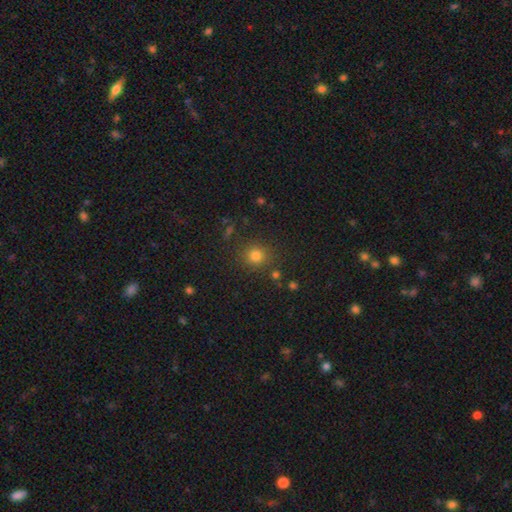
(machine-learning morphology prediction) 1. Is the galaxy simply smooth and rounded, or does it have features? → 79% smooth, 15% star or artifact, 6% featured or disk.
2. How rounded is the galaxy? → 90% round, 9% in between, 1% cigar-shaped.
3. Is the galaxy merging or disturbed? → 83% none, 9% minor disturbance, 4% merger, 4% major disturbance.